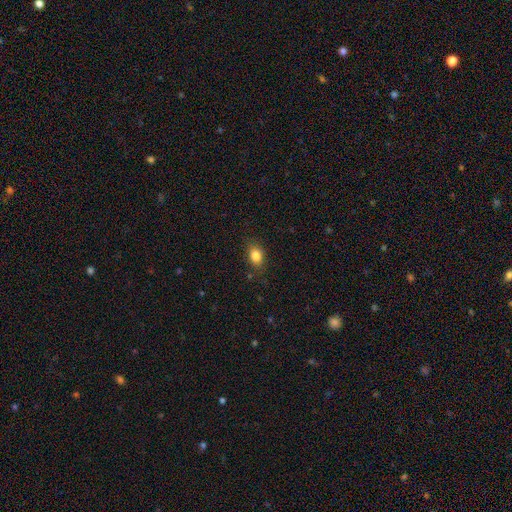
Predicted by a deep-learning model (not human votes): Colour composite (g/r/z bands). It shows a smooth galaxy with no disk features (84%) that is in between round and cigar-shaped (71%). Merging: none (81%).